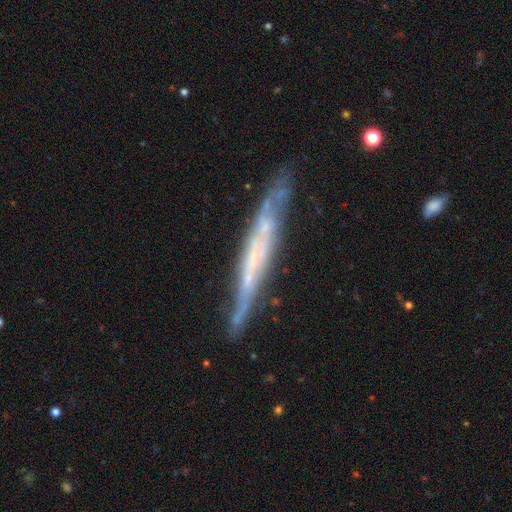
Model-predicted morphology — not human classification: Overall: featured or disk (72%). Edge-on disk: yes (86%). Edge-on bulge: none (75%). Merging: none (73%).